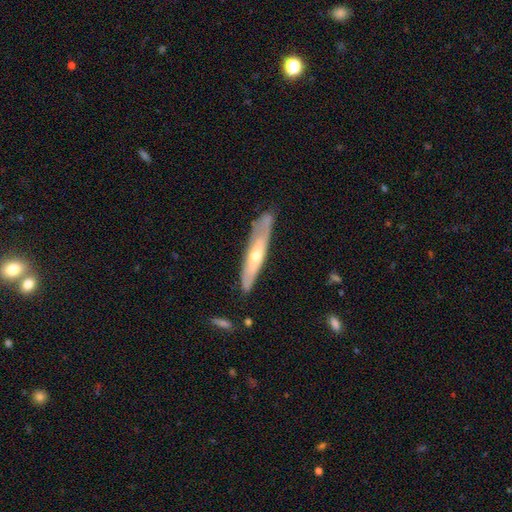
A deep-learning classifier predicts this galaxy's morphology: Smooth or featured: featured or disk — 58% (smooth — 36%)
Edge-on disk: yes — 70% (no — 30%)
Merging: none — 78% (minor disturbance — 16%)